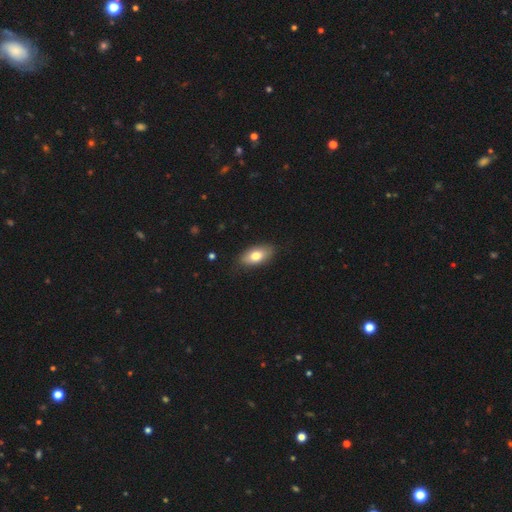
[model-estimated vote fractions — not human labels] A smooth galaxy with no disk features (76%) that is in between round and cigar-shaped (90%). Merging: none (85%).